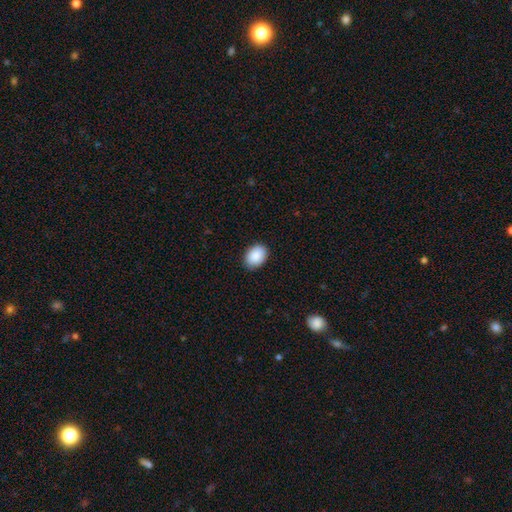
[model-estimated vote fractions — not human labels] Morphology: type=smooth (90%); roundness=in between (75%); merging=none (87%).